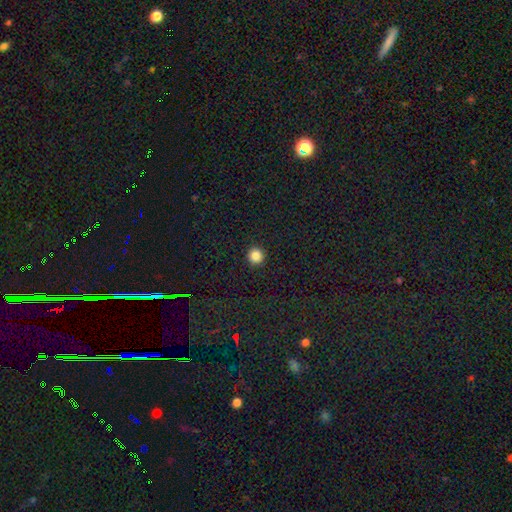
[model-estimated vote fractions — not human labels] Smooth or featured? smooth (85%)
How rounded? round (95%)
Merging? none (93%)